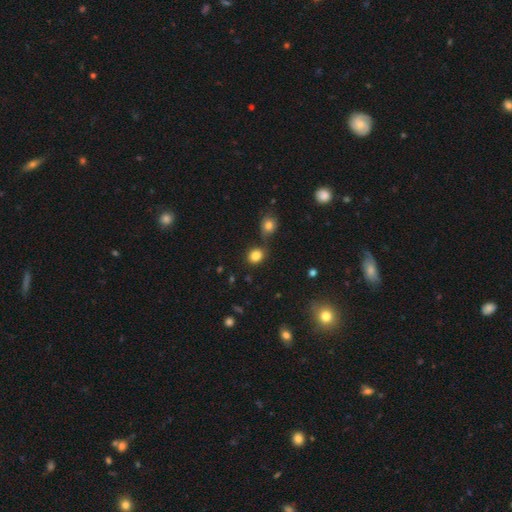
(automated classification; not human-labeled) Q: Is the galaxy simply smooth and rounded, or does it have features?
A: smooth — 84%.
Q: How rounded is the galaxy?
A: round — 61%.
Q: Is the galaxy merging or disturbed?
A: none — 72%.